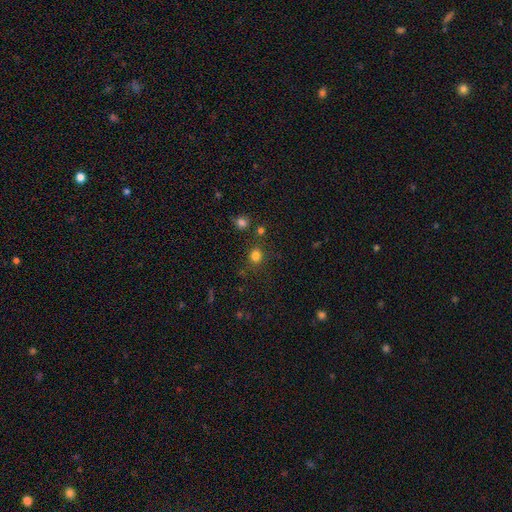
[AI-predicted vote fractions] Q: Smooth or featured?
A: smooth (79%); runner-up: star or artifact (16%)
Q: How rounded?
A: round (74%); runner-up: in between (25%)
Q: Merging?
A: none (80%); runner-up: minor disturbance (10%)